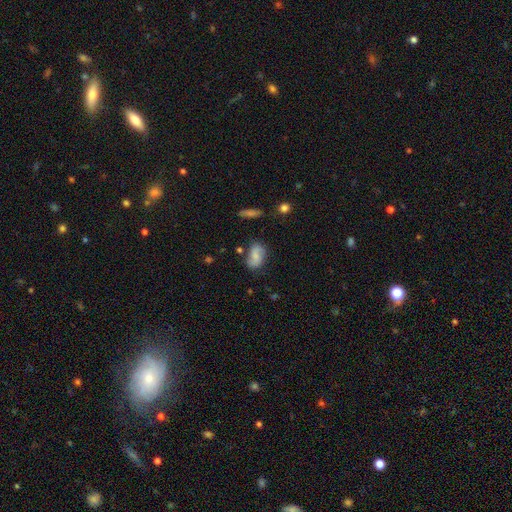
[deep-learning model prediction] smooth-or-featured: smooth: 51% | featured or disk: 41% | star or artifact: 9%
  how-rounded: in between: 84% | round: 13% | cigar-shaped: 3%
  merging: none: 68% | minor disturbance: 21% | major disturbance: 6% | merger: 5%